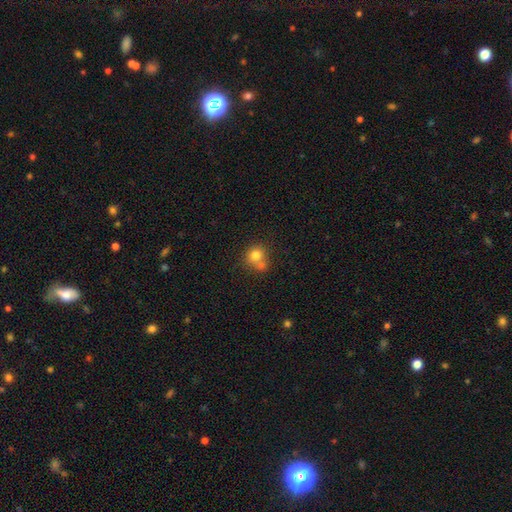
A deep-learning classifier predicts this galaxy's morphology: Smooth or featured? Predicted: smooth (p=0.77). How rounded? Predicted: round (p=0.82). Merging? Predicted: none (p=0.46).